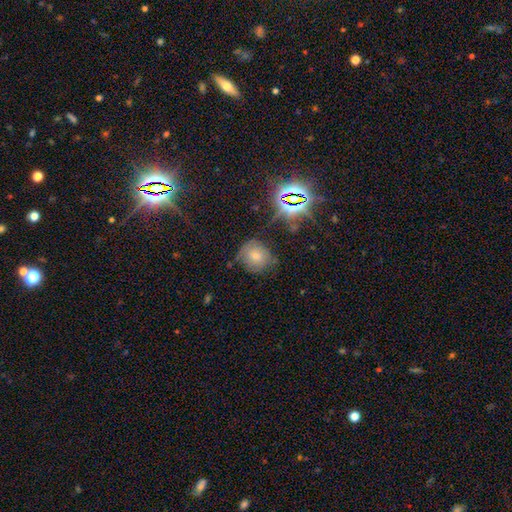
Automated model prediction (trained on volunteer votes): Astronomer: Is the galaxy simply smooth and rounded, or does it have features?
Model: smooth — 61%.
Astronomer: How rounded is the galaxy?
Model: round — 80%.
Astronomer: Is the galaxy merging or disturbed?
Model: none — 61%.